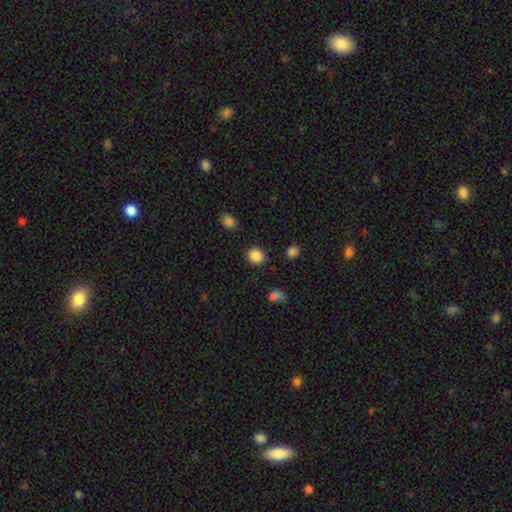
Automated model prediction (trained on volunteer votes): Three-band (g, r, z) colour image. It shows a smooth galaxy with no disk features (86%) that is round (82%). Merging: none (88%).